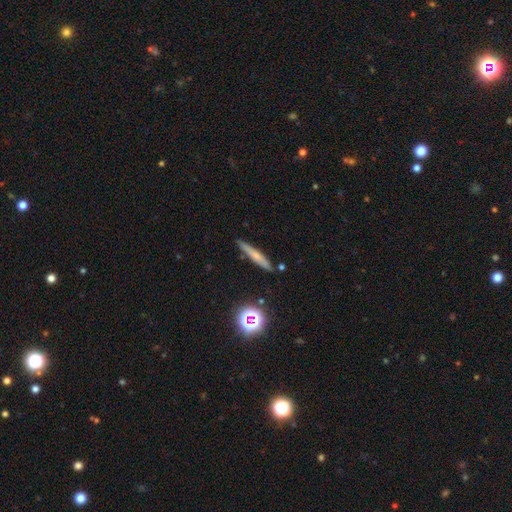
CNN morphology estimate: The model was most divided on "smooth or featured": smooth: 56%, featured or disk: 32%, star or artifact: 12%. More confident: how rounded — cigar-shaped (92%); merging — none (85%).